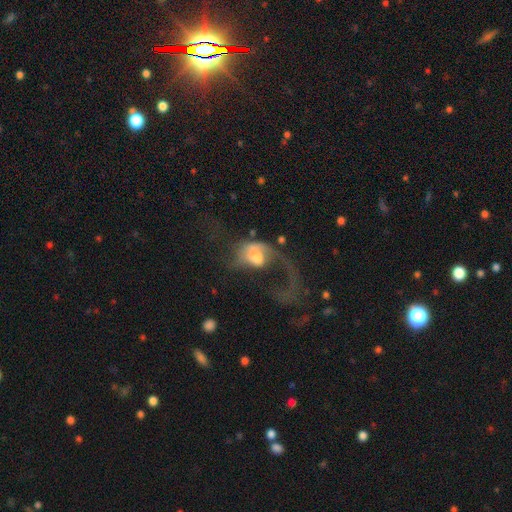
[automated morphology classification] A featured or disk galaxy (53%) with no bar (71%), spiral arms (62%) and a moderate central bulge (47%).

Vote fractions:
- Smooth or featured? featured or disk: 53% / smooth: 38% / star or artifact: 8%
- Edge-on disk? no: 96% / yes: 4%
- Bar? no: 71% / weak: 24% / strong: 6%
- Spiral arms? yes: 62% / no: 38%
- Bulge size? moderate: 47% / large: 23% / small: 19% / dominant: 6% / none: 6%
- Merging? major disturbance: 67% / none: 15% / minor disturbance: 9% / merger: 8%